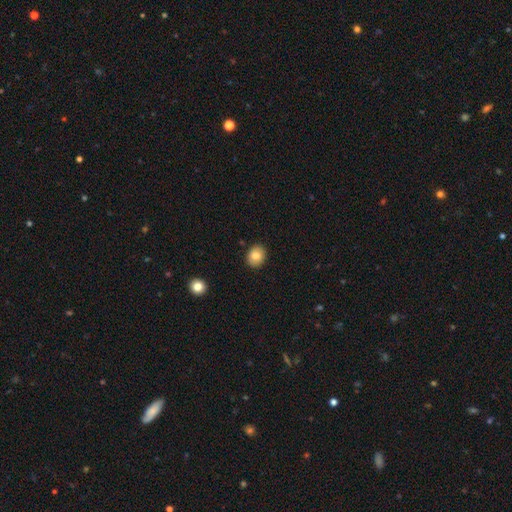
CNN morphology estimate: Smooth or featured? Predicted: smooth (p=0.82). How rounded? Predicted: round (p=0.56). Merging? Predicted: none (p=0.89).